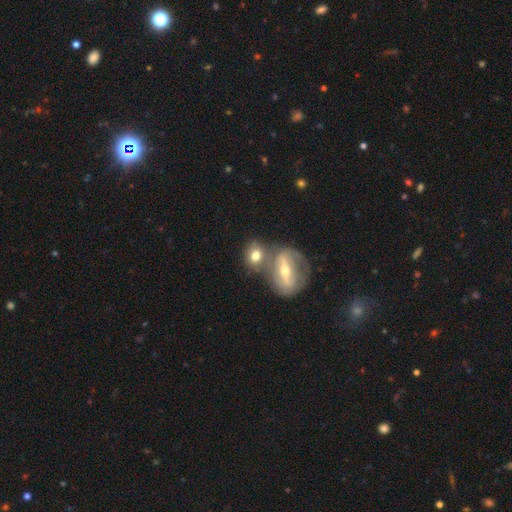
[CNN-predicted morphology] Smooth or featured? smooth (59%)
How rounded? round (55%)
Merging? merger (43%)